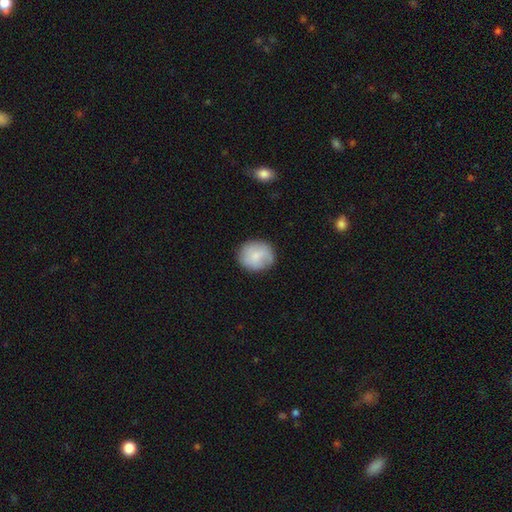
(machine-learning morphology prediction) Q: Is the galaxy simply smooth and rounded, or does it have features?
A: smooth — 76%.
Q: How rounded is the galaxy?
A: round — 79%.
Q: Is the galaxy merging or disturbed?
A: none — 80%.